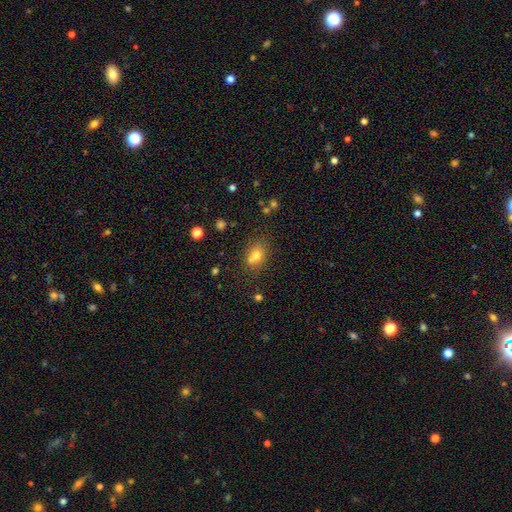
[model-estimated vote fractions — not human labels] Smooth or featured? Predicted: smooth (p=0.70). How rounded? Predicted: in between (p=0.60). Merging? Predicted: none (p=0.53).